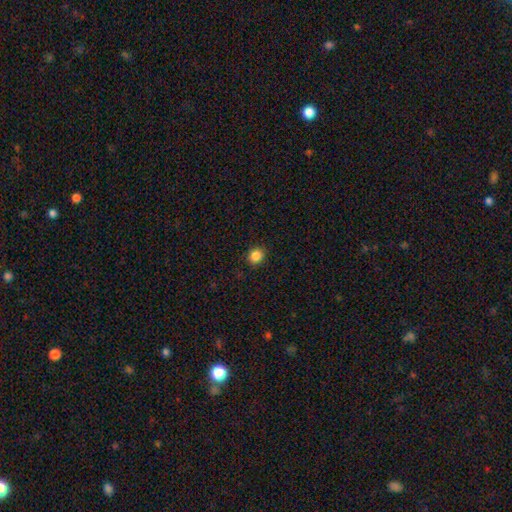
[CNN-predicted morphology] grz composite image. It shows a smooth galaxy with no disk features (85%) that is round (79%). Merging: none (91%).